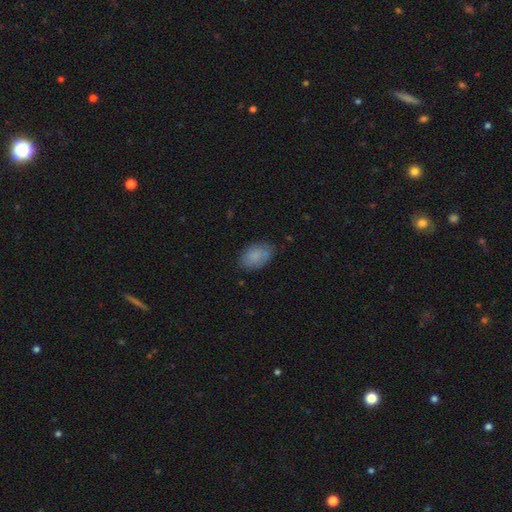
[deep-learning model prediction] Overall: smooth (84%). How rounded: in between (89%). Merging: none (75%).